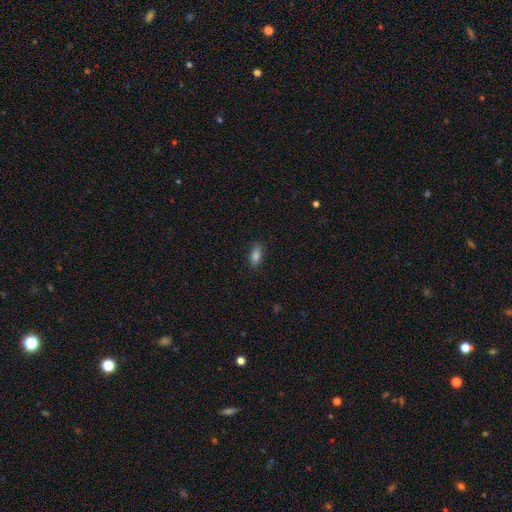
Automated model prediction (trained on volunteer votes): Overall: smooth (83%). How rounded: in between (87%). Merging: none (84%).